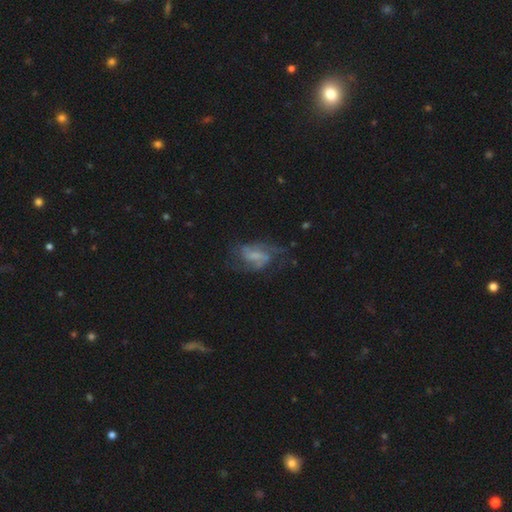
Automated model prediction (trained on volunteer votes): This is likely a featured or disk galaxy (69%). It is clearly not viewed edge-on (96%). Bar: possibly weak (47%). Spiral arm pattern: clearly yes (84%). Spiral arm count: possibly 2 (60%). Spiral winding: marginally medium (43%). Central bulge: marginally none (45%). Merging: possibly none (49%).